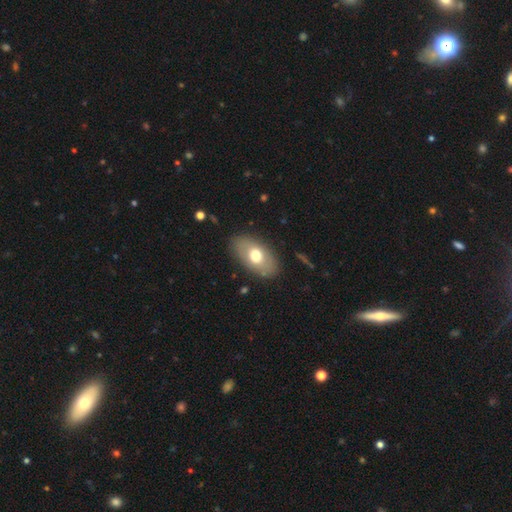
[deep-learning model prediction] Smooth or featured? Predicted: smooth (p=0.65). How rounded? Predicted: in between (p=0.91). Merging? Predicted: none (p=0.84).